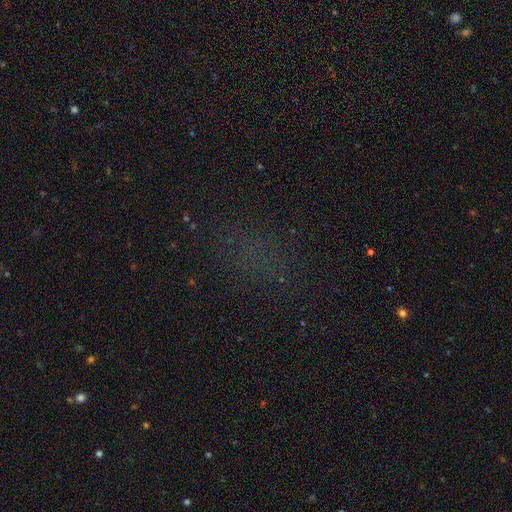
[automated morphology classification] This appears to be a star or artifact, not a galaxy (55%).